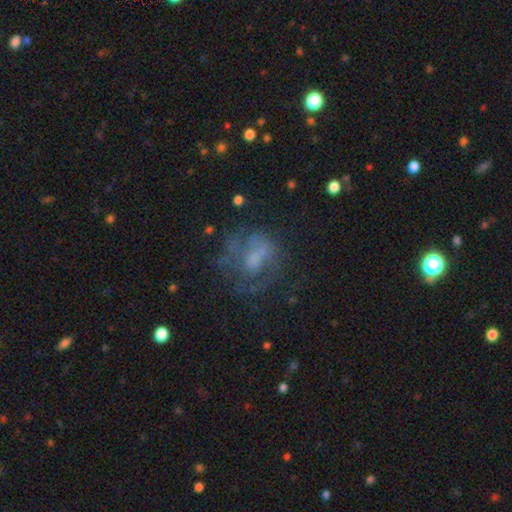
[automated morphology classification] smooth_or_featured: featured or disk (p=0.53) [alt: smooth p=0.31]
disk_edge_on: no (p=0.97) [alt: yes p=0.03]
bar: no (p=0.61) [alt: weak p=0.30]
has_spiral_arms: no (p=0.54) [alt: yes p=0.46]
bulge_size: none (p=0.34) [alt: moderate p=0.30]
merging: none (p=0.47) [alt: major disturbance p=0.30]